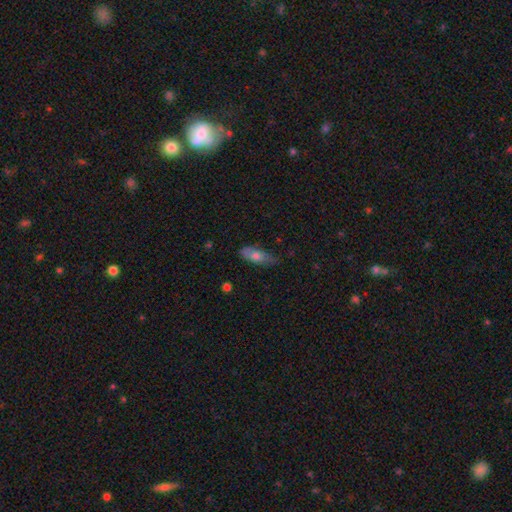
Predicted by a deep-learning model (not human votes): Smooth or featured? smooth (68%)
How rounded? in between (74%)
Merging? none (57%)